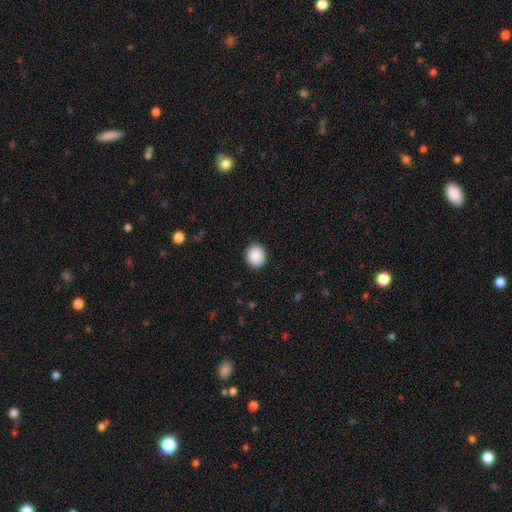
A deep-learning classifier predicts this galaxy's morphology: Smooth or featured: smooth — 90% (star or artifact — 8%)
How rounded: round — 81% (in between — 18%)
Merging: none — 90% (minor disturbance — 7%)